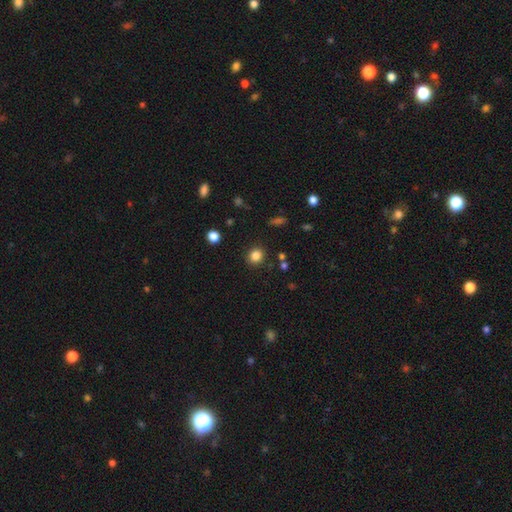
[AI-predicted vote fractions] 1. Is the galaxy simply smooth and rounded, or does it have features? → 83% smooth, 12% star or artifact, 5% featured or disk.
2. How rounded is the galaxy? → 80% round, 19% in between, 1% cigar-shaped.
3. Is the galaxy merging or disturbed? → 88% none, 7% minor disturbance, 3% major disturbance, 2% merger.